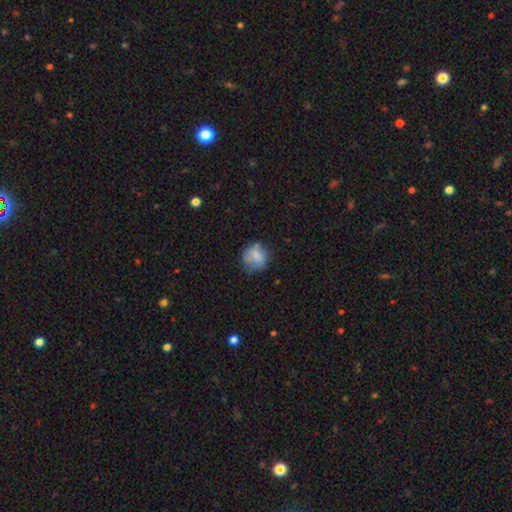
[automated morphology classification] smooth-or-featured: smooth: 70% | featured or disk: 21% | star or artifact: 9%
  how-rounded: round: 77% | in between: 22% | cigar-shaped: 1%
  merging: none: 56% | minor disturbance: 27% | major disturbance: 13% | merger: 4%